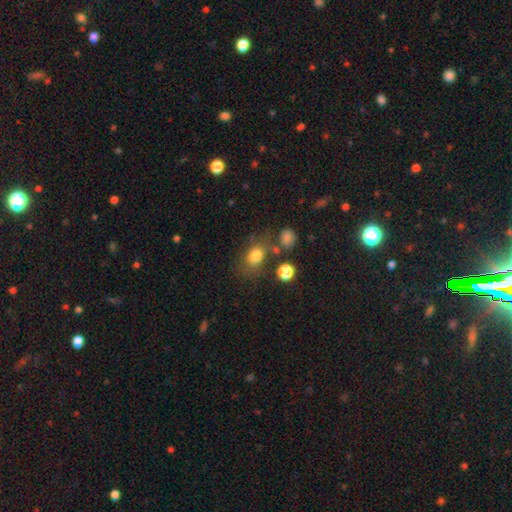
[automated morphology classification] smooth-or-featured: smooth: 77% | star or artifact: 13% | featured or disk: 10%
  how-rounded: in between: 64% | round: 34% | cigar-shaped: 2%
  merging: none: 61% | minor disturbance: 18% | merger: 12% | major disturbance: 10%